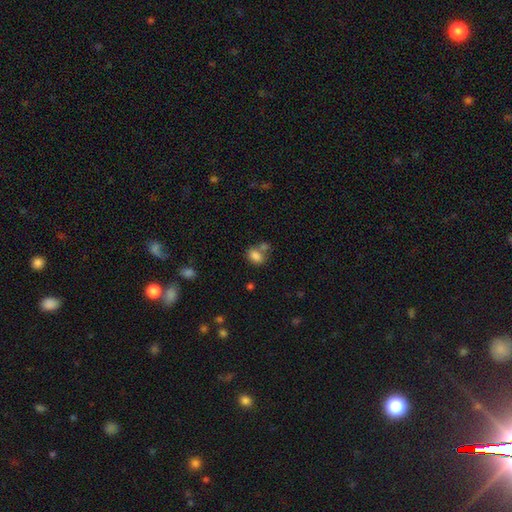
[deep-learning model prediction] This is clearly a smooth galaxy (82%). How rounded: clearly in between (81%). Merging: possibly none (48%).